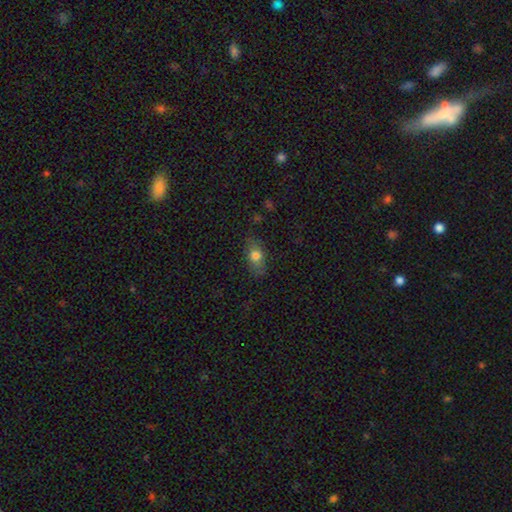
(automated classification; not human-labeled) smooth_or_featured: smooth (p=0.75) [alt: featured or disk p=0.16]
how_rounded: in between (p=0.80) [alt: round p=0.13]
merging: none (p=0.79) [alt: minor disturbance p=0.16]